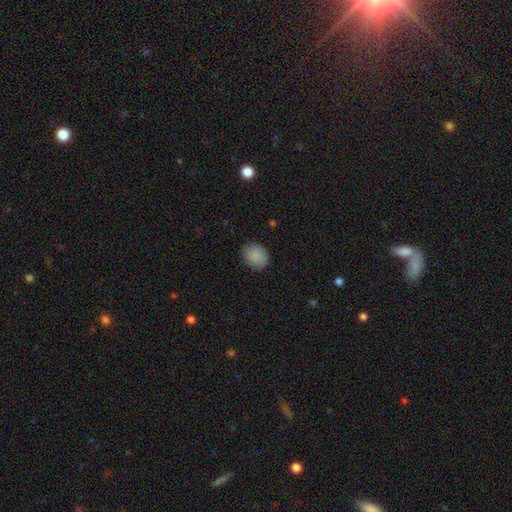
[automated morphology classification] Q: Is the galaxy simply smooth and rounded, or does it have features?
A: smooth — 88%.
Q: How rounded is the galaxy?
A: round — 61%.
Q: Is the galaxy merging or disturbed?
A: none — 86%.